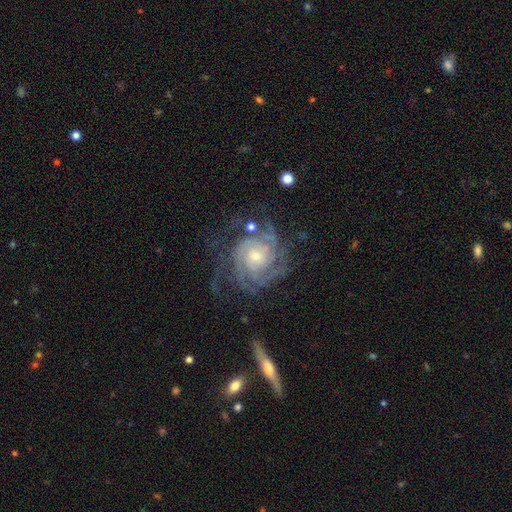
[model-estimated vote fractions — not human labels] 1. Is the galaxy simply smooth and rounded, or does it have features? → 87% featured or disk, 7% smooth, 6% star or artifact.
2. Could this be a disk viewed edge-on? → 97% no, 3% yes.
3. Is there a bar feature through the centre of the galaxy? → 73% no, 22% weak, 5% strong.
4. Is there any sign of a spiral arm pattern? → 96% yes, 4% no.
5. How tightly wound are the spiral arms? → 70% tight, 24% medium, 6% loose.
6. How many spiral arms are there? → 30% can't tell, 22% 4, 18% 3, 13% 2, 10% more than 4, 6% 1.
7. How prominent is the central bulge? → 55% small, 38% moderate, 4% large, 2% none, 1% dominant.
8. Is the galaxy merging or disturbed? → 63% none, 17% minor disturbance, 16% major disturbance, 4% merger.